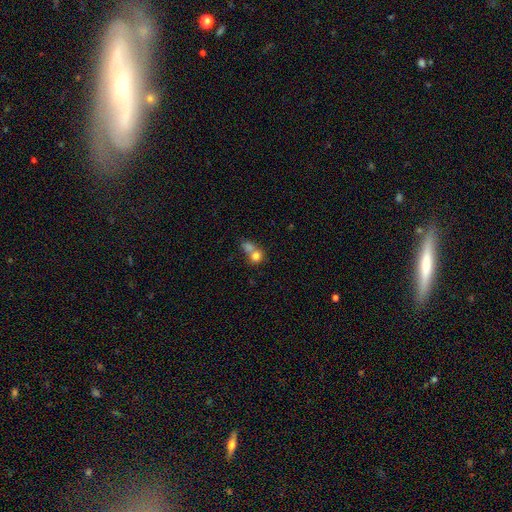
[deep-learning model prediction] Smooth or featured? smooth (76%)
How rounded? round (76%)
Merging? merger (61%)